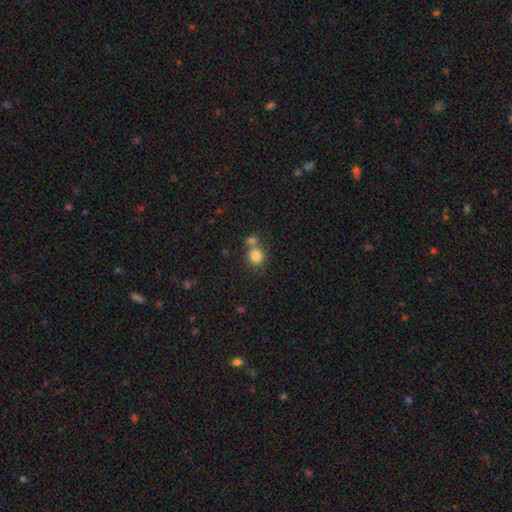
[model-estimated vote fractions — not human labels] Smooth or featured? smooth (83%)
How rounded? round (84%)
Merging? none (55%)